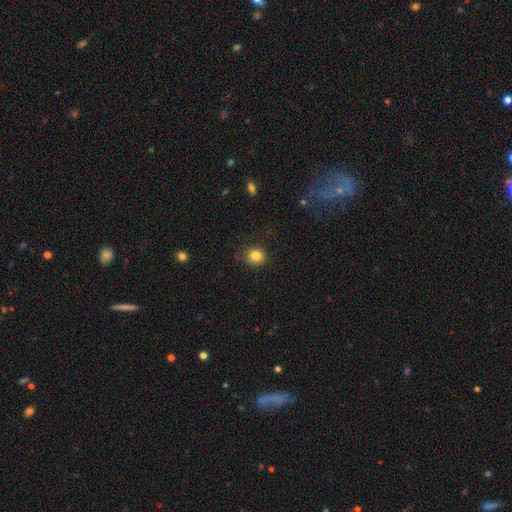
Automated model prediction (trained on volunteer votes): Smooth or featured?
  - smooth: 83% *
  - star or artifact: 11%
  - featured or disk: 6%
How rounded?
  - round: 76% *
  - in between: 23%
  - cigar-shaped: 1%
Merging?
  - none: 83% *
  - minor disturbance: 12%
  - major disturbance: 3%
  - merger: 1%